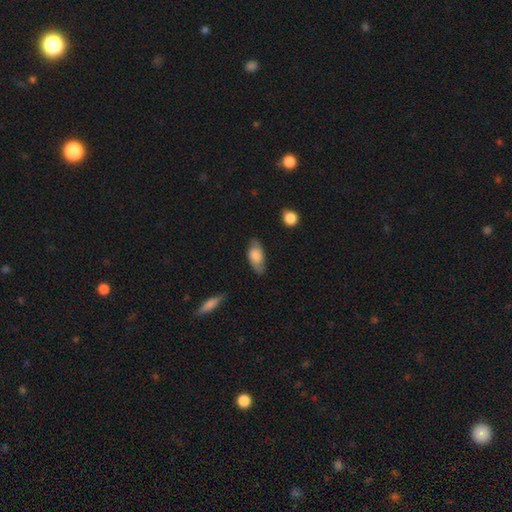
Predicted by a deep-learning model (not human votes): Q: Smooth or featured?
A: smooth (62%); runner-up: featured or disk (31%)
Q: How rounded?
A: in between (88%); runner-up: cigar-shaped (8%)
Q: Merging?
A: none (74%); runner-up: minor disturbance (20%)